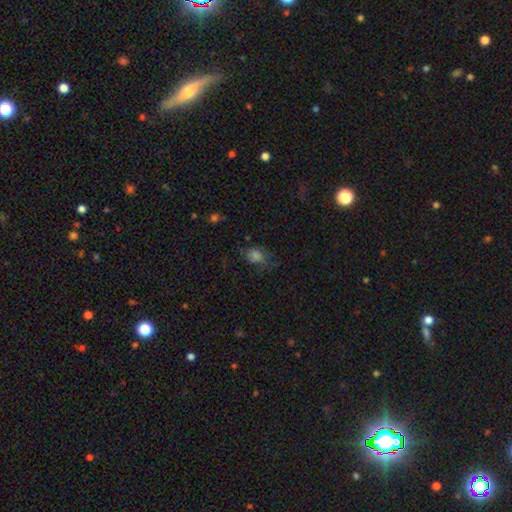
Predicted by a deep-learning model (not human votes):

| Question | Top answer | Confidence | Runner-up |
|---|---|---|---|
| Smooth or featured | smooth | 62% | star or artifact (23%) |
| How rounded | in between | 54% | round (44%) |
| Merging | none | 57% | minor disturbance (24%) |